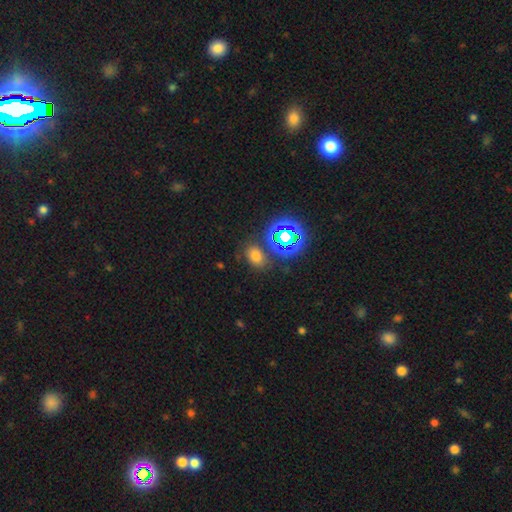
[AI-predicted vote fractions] smooth_or_featured: smooth (p=0.61) [alt: star or artifact p=0.30]
how_rounded: in between (p=0.67) [alt: round p=0.32]
merging: none (p=0.75) [alt: minor disturbance p=0.13]